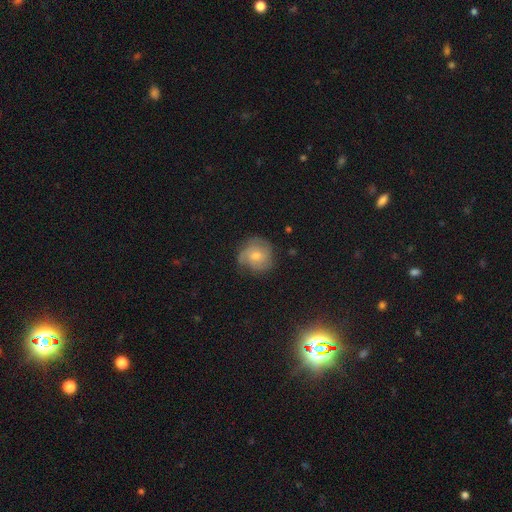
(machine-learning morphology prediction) This is likely a featured or disk galaxy (60%). It is clearly not viewed edge-on (97%). Bar: likely no (77%). Spiral arm pattern: clearly yes (89%). Spiral arm count: marginally can't tell (33%). Spiral winding: possibly tight (57%). Central bulge: possibly moderate (50%). Merging: likely none (73%).